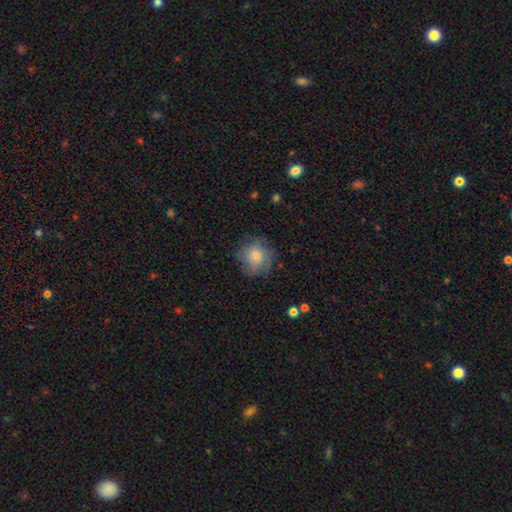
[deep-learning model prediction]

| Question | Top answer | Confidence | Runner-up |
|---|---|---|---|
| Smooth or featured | smooth | 74% | featured or disk (16%) |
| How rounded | round | 91% | in between (8%) |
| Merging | none | 77% | minor disturbance (17%) |